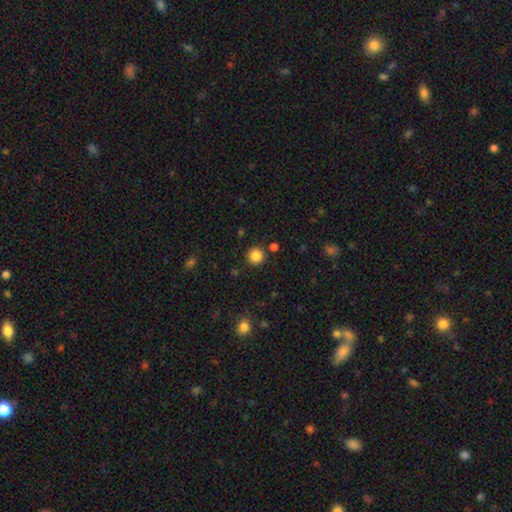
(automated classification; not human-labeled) A smooth galaxy with no disk features (85%) that is round (94%).

Vote fractions:
- Smooth or featured? smooth: 85% / star or artifact: 12% / featured or disk: 4%
- How rounded? round: 94% / in between: 5% / cigar-shaped: 1%
- Merging? none: 88% / minor disturbance: 6% / merger: 3% / major disturbance: 3%